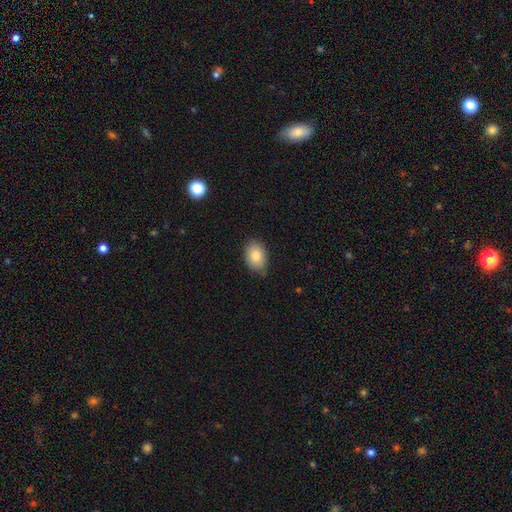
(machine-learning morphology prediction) The model was most divided on "merging": none: 80%, minor disturbance: 17%, major disturbance: 2%, merger: 1%. More confident: smooth or featured — smooth (83%); how rounded — in between (81%).